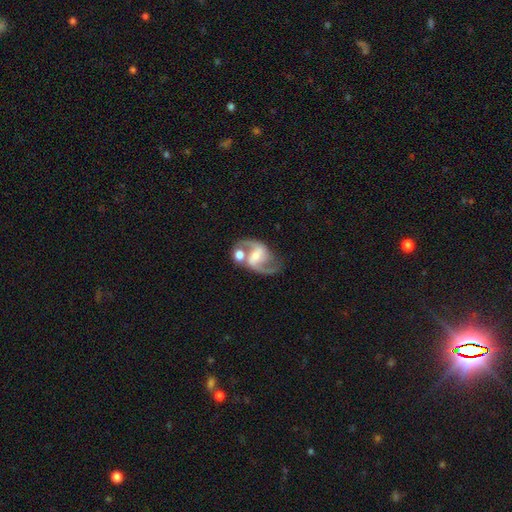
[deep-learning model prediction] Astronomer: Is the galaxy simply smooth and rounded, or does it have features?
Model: featured or disk — 87%.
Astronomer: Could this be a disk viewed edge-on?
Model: no — 98%.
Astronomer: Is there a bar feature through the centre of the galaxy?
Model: weak — 43% (runner-up: strong, 35%).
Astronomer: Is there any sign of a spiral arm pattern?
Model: yes — 96%.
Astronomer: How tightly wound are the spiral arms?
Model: medium — 54% (runner-up: loose, 37%).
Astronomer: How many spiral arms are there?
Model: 2 — 93%.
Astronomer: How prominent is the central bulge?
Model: small — 44% (runner-up: moderate, 41%).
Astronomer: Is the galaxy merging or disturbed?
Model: none — 53%.